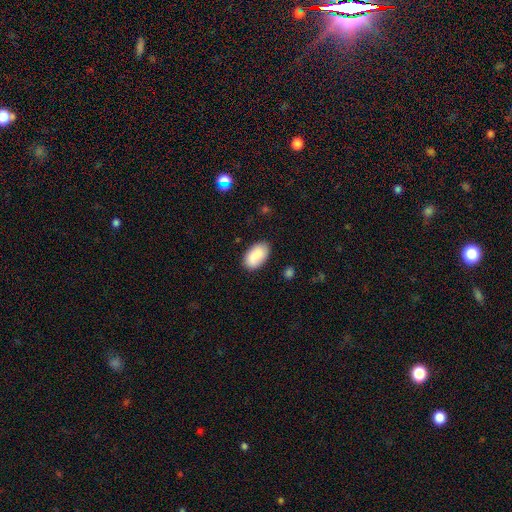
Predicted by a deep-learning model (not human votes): A smooth galaxy with no disk features (86%) that is in between round and cigar-shaped (95%).

Vote fractions:
- Smooth or featured? smooth: 86% / featured or disk: 7% / star or artifact: 6%
- How rounded? in between: 95% / round: 4% / cigar-shaped: 1%
- Merging? none: 84% / minor disturbance: 12% / major disturbance: 3% / merger: 1%